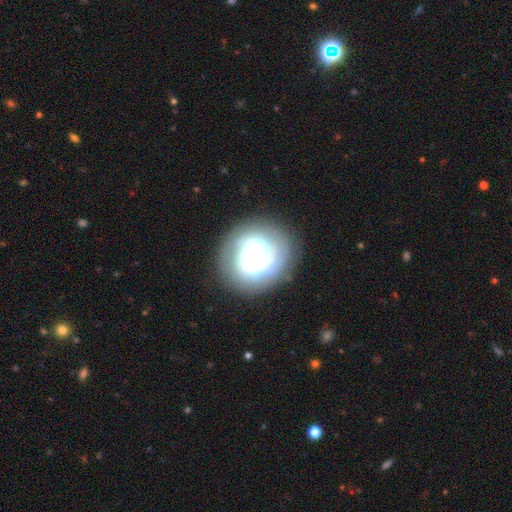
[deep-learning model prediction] smooth_or_featured: featured or disk (p=0.60) [alt: smooth p=0.27]
disk_edge_on: no (p=0.97) [alt: yes p=0.03]
bar: no (p=0.77) [alt: weak p=0.15]
has_spiral_arms: no (p=0.55) [alt: yes p=0.45]
bulge_size: moderate (p=0.35) [alt: large p=0.30]
merging: none (p=0.64) [alt: minor disturbance p=0.16]